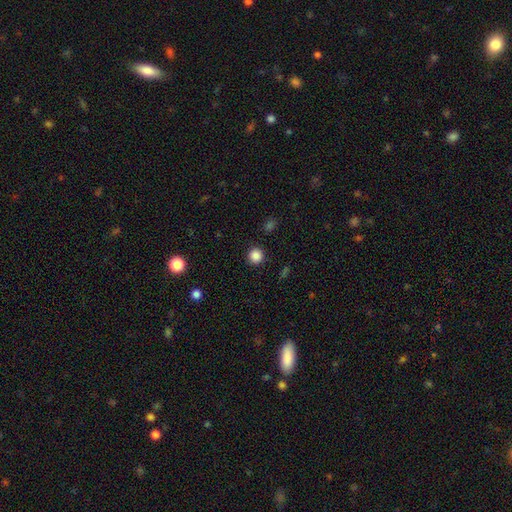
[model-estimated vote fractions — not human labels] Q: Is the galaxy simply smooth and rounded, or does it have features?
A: smooth — 86%.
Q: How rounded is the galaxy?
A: round — 94%.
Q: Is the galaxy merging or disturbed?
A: none — 92%.